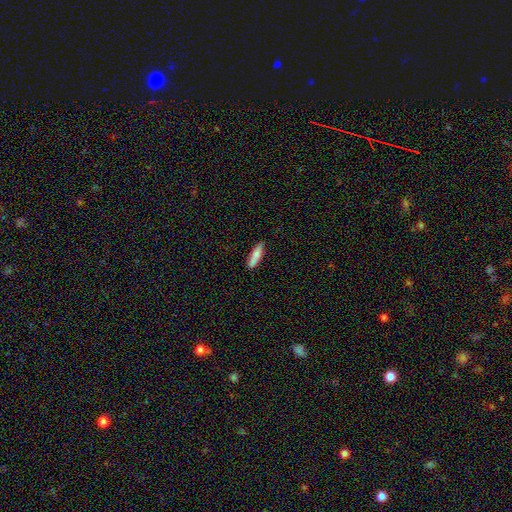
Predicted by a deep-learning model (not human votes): A smooth galaxy with no disk features (76%) that is cigar-shaped (73%).

Vote fractions:
- Smooth or featured? smooth: 76% / featured or disk: 18% / star or artifact: 6%
- How rounded? cigar-shaped: 73% / in between: 26% / round: 2%
- Merging? none: 84% / minor disturbance: 12% / major disturbance: 2% / merger: 2%